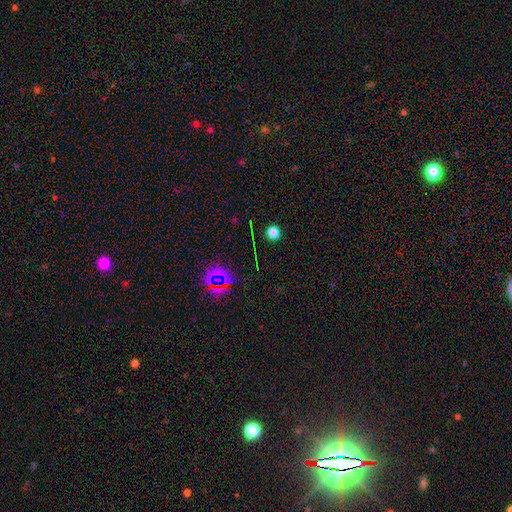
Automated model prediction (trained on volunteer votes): This appears to be a star or artifact, not a galaxy (58%).